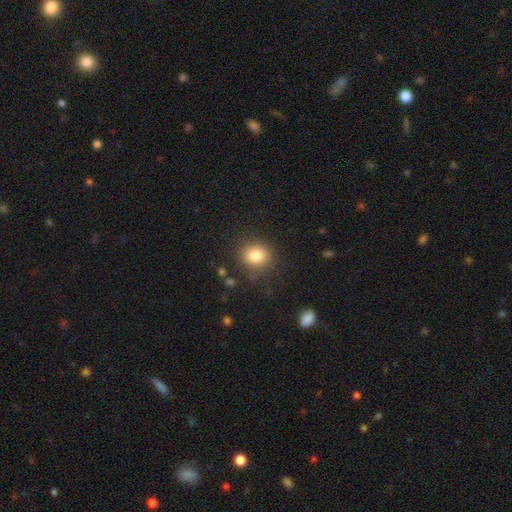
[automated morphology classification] Smooth or featured?
  - smooth: 83% *
  - star or artifact: 11%
  - featured or disk: 7%
How rounded?
  - round: 72% *
  - in between: 27%
  - cigar-shaped: 1%
Merging?
  - none: 83% *
  - minor disturbance: 11%
  - major disturbance: 4%
  - merger: 2%